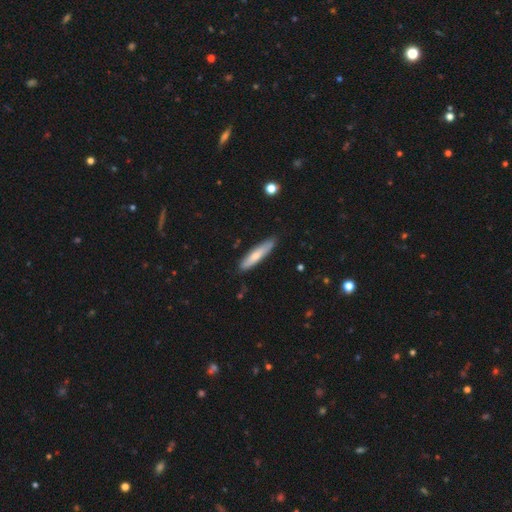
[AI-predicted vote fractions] A smooth galaxy with no disk features (68%) that is cigar-shaped (84%). Merging: none (82%).